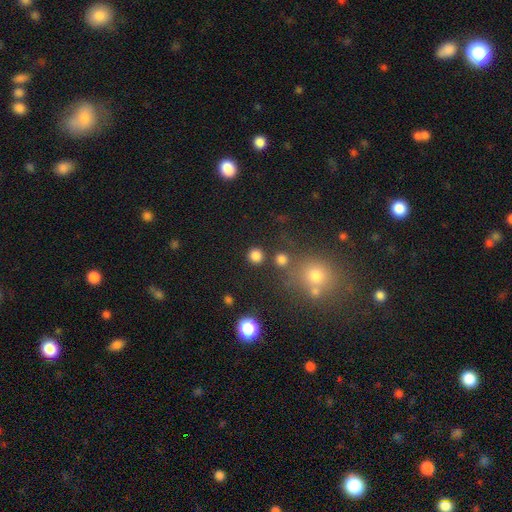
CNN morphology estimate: This is clearly a smooth galaxy (81%). How rounded: clearly round (92%). Merging: clearly none (85%).